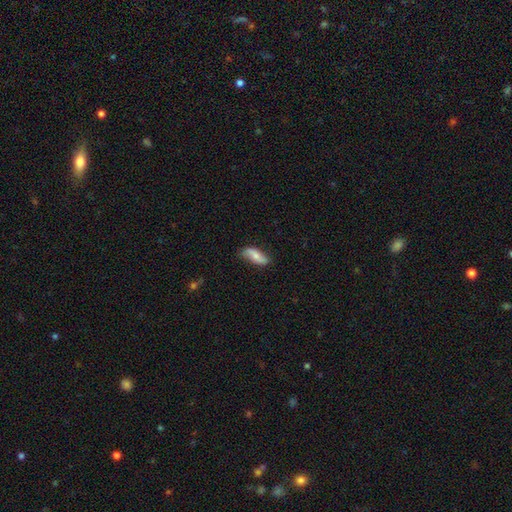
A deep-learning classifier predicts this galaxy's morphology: Smooth or featured? Predicted: smooth (p=0.61). How rounded? Predicted: in between (p=0.74). Merging? Predicted: none (p=0.71).